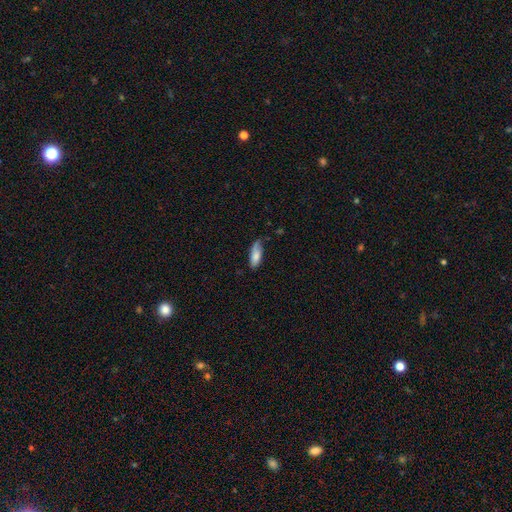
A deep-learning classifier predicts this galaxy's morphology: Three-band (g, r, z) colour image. It shows a smooth galaxy with no disk features (78%) that is in between round and cigar-shaped (69%). Merging: none (57%).